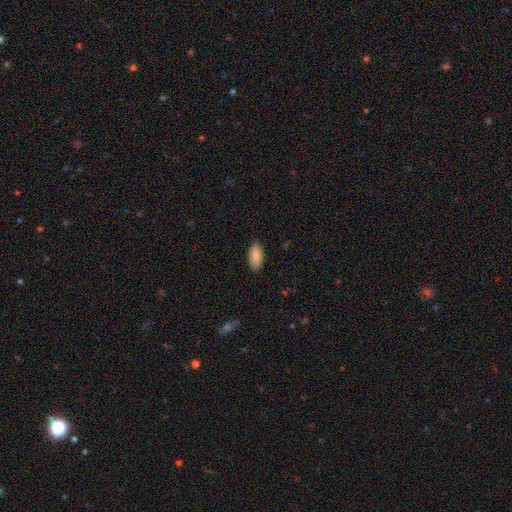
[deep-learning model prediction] Q: Smooth or featured?
A: smooth (89%); runner-up: star or artifact (6%)
Q: How rounded?
A: in between (90%); runner-up: cigar-shaped (9%)
Q: Merging?
A: none (84%); runner-up: minor disturbance (13%)